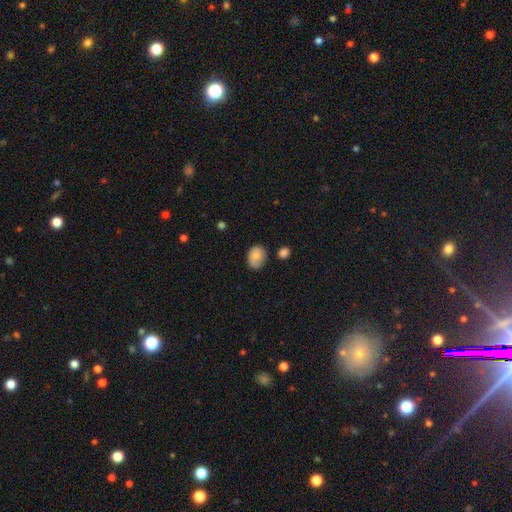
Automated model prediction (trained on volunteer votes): Smooth or featured?
  - smooth: 83% *
  - featured or disk: 9%
  - star or artifact: 8%
How rounded?
  - in between: 62% *
  - round: 37%
  - cigar-shaped: 1%
Merging?
  - none: 63% *
  - minor disturbance: 27%
  - major disturbance: 6%
  - merger: 4%